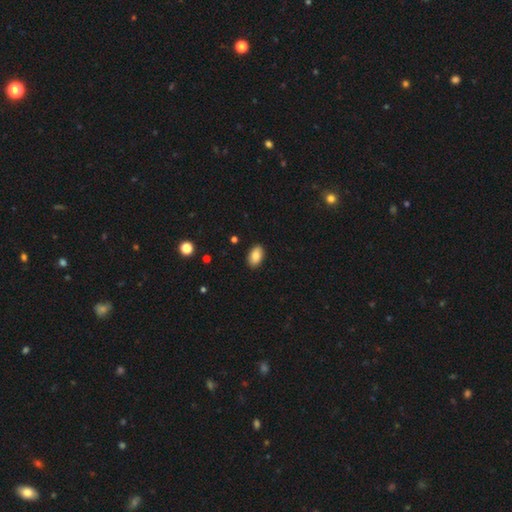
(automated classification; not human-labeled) This is clearly a smooth galaxy (87%). How rounded: clearly in between (93%). Merging: clearly none (89%).